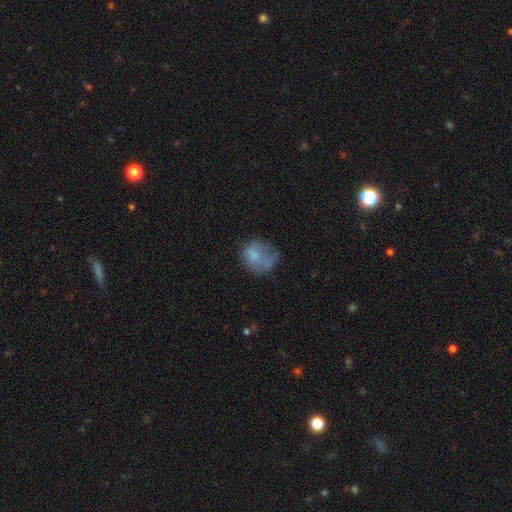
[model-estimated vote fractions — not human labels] smooth_or_featured: smooth (p=0.66) [alt: featured or disk p=0.24]
how_rounded: round (p=0.67) [alt: in between p=0.32]
merging: none (p=0.42) [alt: minor disturbance p=0.29]